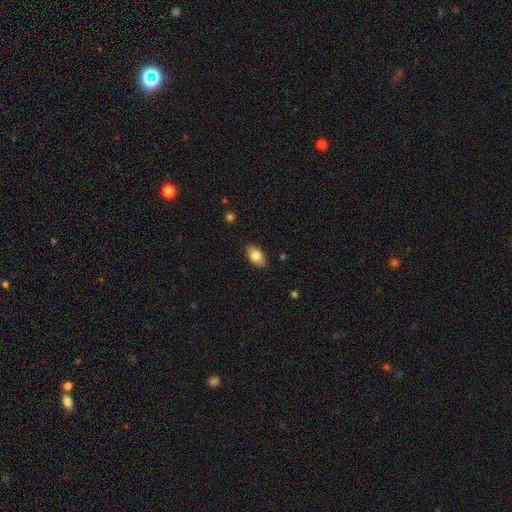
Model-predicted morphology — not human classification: Smooth or featured? smooth (81%)
How rounded? in between (92%)
Merging? none (86%)